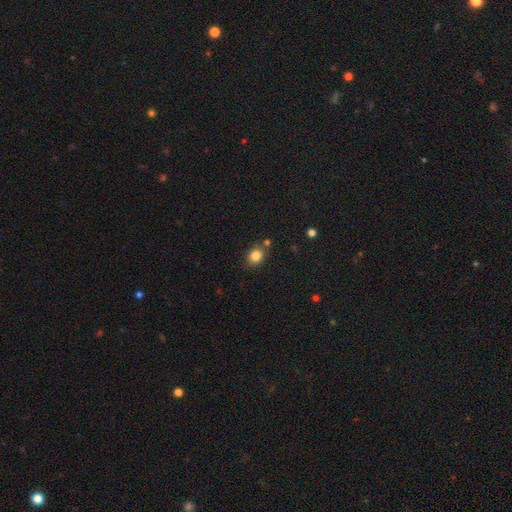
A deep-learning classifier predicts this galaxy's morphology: A smooth galaxy with no disk features (84%) that is in between round and cigar-shaped (51%).

Vote fractions:
- Smooth or featured? smooth: 84% / star or artifact: 10% / featured or disk: 6%
- How rounded? in between: 51% / round: 48% / cigar-shaped: 1%
- Merging? none: 76% / minor disturbance: 13% / merger: 8% / major disturbance: 3%